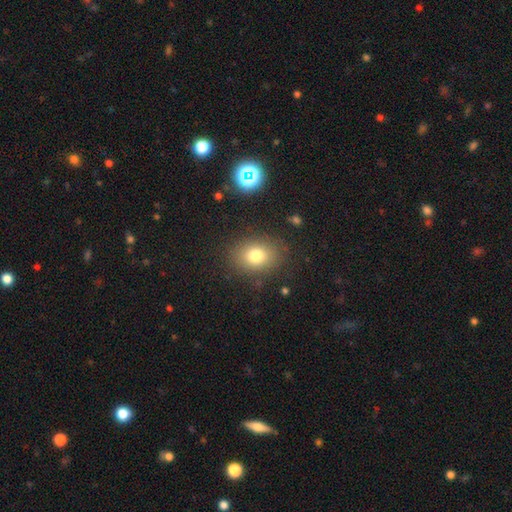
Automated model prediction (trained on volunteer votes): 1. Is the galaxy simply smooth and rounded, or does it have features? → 77% smooth, 13% star or artifact, 11% featured or disk.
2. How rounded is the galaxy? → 54% in between, 45% round, 1% cigar-shaped.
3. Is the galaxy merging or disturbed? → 84% none, 10% minor disturbance, 4% major disturbance, 2% merger.